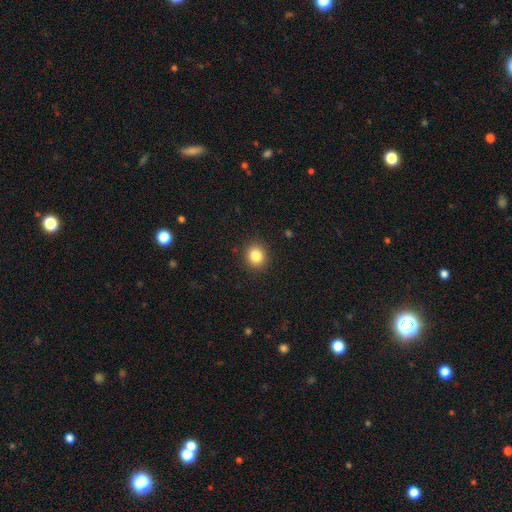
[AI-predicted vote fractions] smooth-or-featured: smooth: 84% | star or artifact: 11% | featured or disk: 5%
  how-rounded: round: 77% | in between: 22% | cigar-shaped: 1%
  merging: none: 90% | minor disturbance: 6% | major disturbance: 2% | merger: 1%